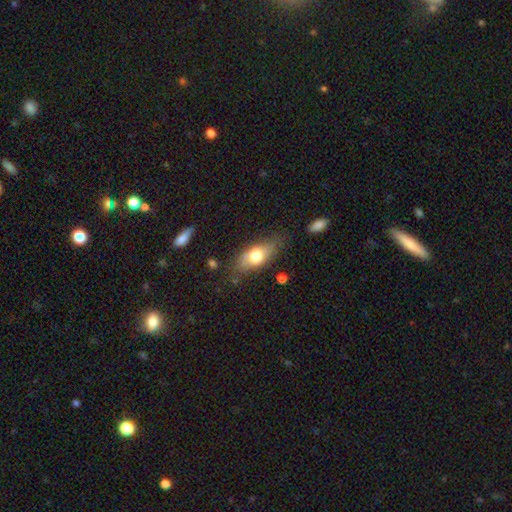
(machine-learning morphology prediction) Q: Smooth or featured?
A: smooth (64%); runner-up: featured or disk (29%)
Q: How rounded?
A: in between (77%); runner-up: cigar-shaped (17%)
Q: Merging?
A: none (72%); runner-up: minor disturbance (20%)